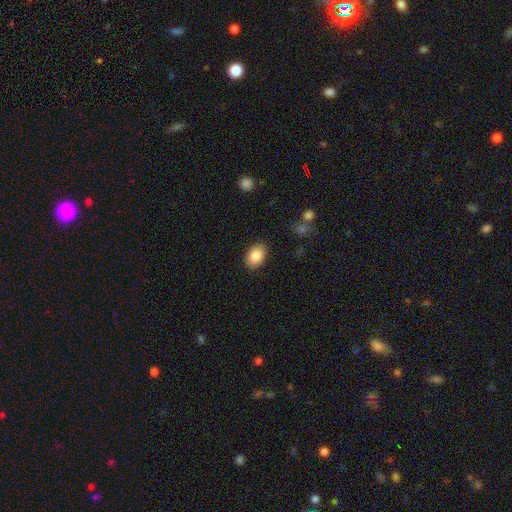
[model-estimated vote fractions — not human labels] The model was most divided on "how rounded": in between: 85%, round: 14%, cigar-shaped: 1%. More confident: merging — none (87%); smooth or featured — smooth (87%).